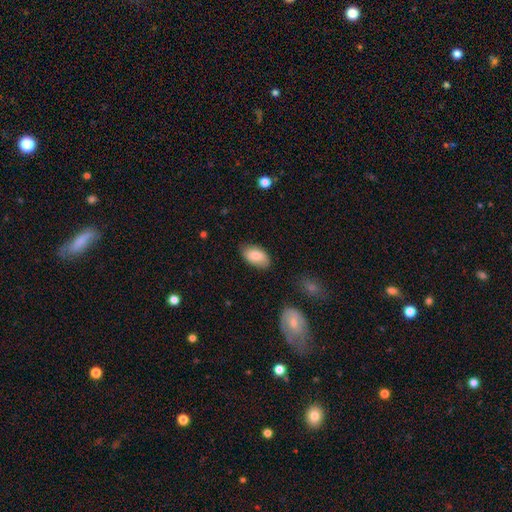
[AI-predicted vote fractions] A smooth galaxy with no disk features (82%) that is in between round and cigar-shaped (95%).

Vote fractions:
- Smooth or featured? smooth: 82% / featured or disk: 11% / star or artifact: 6%
- How rounded? in between: 95% / round: 4% / cigar-shaped: 2%
- Merging? none: 78% / minor disturbance: 17% / major disturbance: 3% / merger: 1%